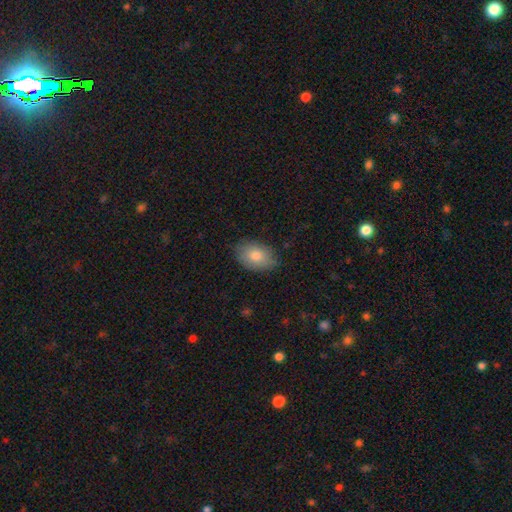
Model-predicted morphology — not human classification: smooth-or-featured: smooth: 81% | featured or disk: 12% | star or artifact: 8%
  how-rounded: in between: 85% | round: 14% | cigar-shaped: 1%
  merging: none: 81% | minor disturbance: 15% | major disturbance: 3% | merger: 1%